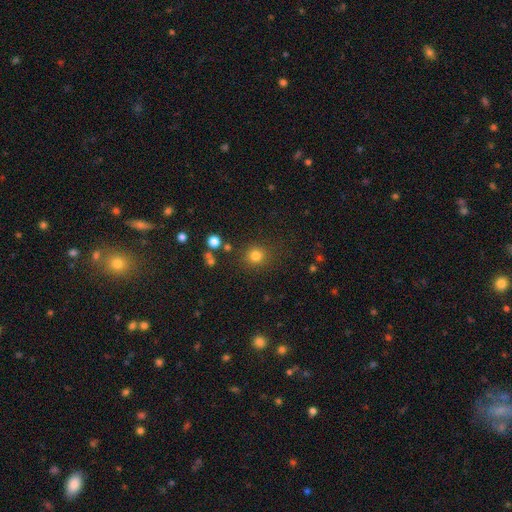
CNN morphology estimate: Overall: smooth (80%). How rounded: round (90%). Merging: none (85%).